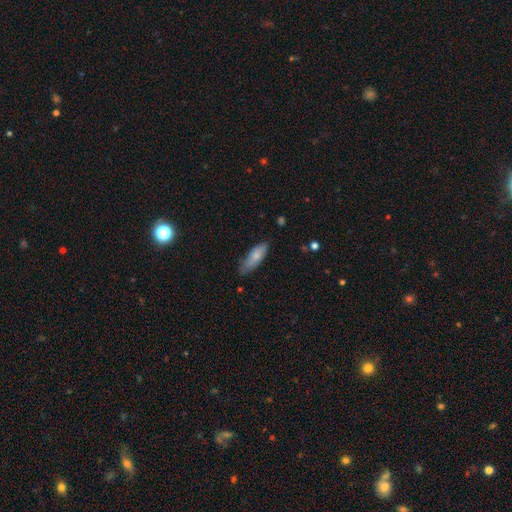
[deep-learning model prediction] Smooth or featured?
  - smooth: 77% *
  - featured or disk: 17%
  - star or artifact: 6%
How rounded?
  - in between: 60% *
  - cigar-shaped: 38%
  - round: 2%
Merging?
  - none: 67% *
  - minor disturbance: 27%
  - major disturbance: 4%
  - merger: 2%